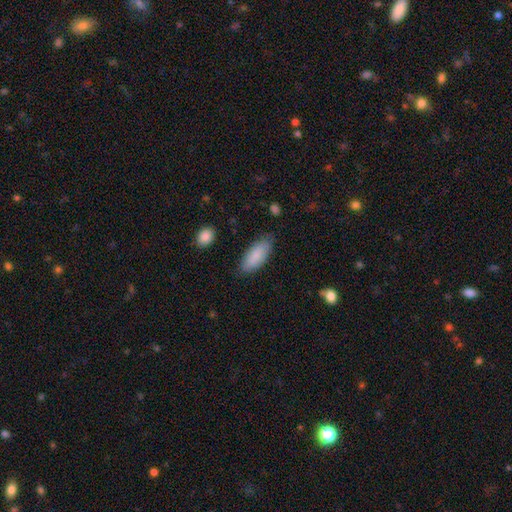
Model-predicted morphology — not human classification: smooth_or_featured: smooth (p=0.86) [alt: featured or disk p=0.08]
how_rounded: in between (p=0.80) [alt: cigar-shaped p=0.19]
merging: none (p=0.80) [alt: minor disturbance p=0.16]